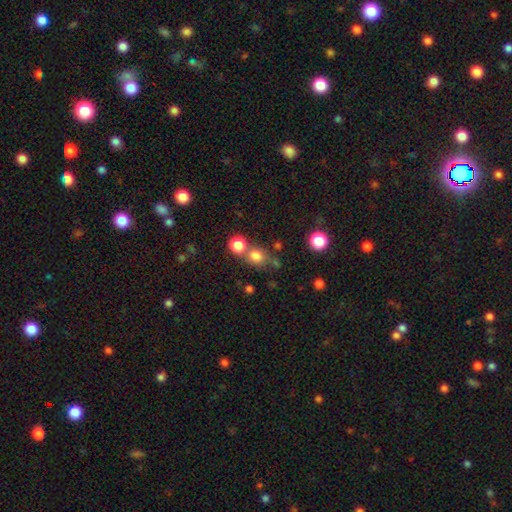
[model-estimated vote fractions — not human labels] Morphology: type=smooth (79%); roundness=round (74%); merging=none (55%).